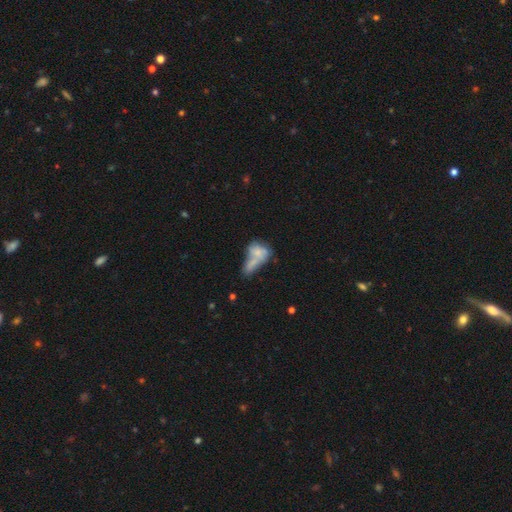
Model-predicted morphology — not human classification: A smooth galaxy with no disk features (61%) that is in between round and cigar-shaped (69%). Merging: merger (59%).